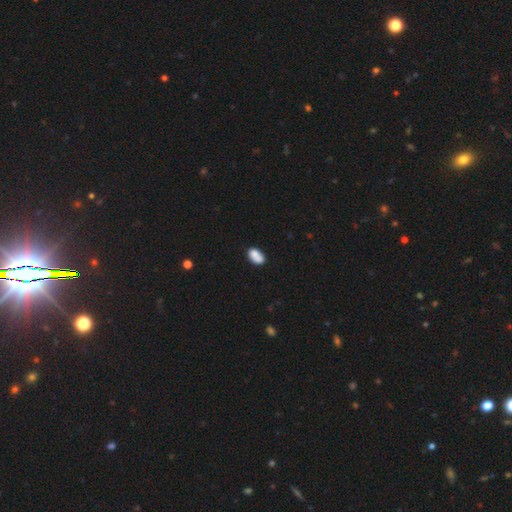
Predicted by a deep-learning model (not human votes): This is likely a smooth galaxy (79%). How rounded: clearly in between (88%). Merging: possibly none (50%).